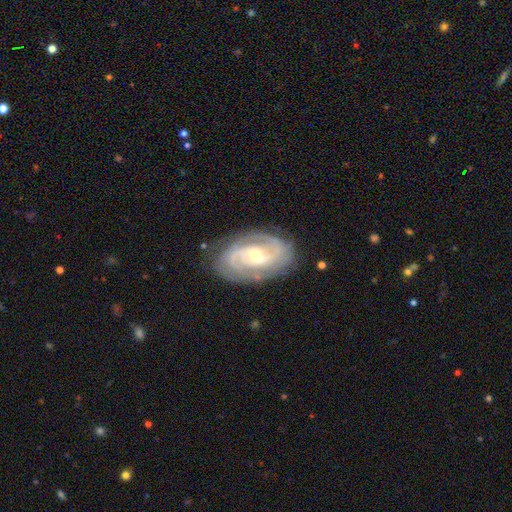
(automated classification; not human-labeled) smooth-or-featured: featured or disk: 88% | smooth: 7% | star or artifact: 5%
  disk-edge-on: no: 96% | yes: 4%
    bar: weak: 43% | no: 41% | strong: 17%
    has-spiral-arms: yes: 97% | no: 3%
      spiral-winding: tight: 55% | medium: 37% | loose: 8%
      spiral-arm-count: 2: 57% | 3: 18% | can't tell: 13% | 4: 5% | 1: 3% | more than 4: 3%
    bulge-size: small: 53% | moderate: 44% | large: 2% | none: 1% | dominant: 1%
  merging: none: 80% | minor disturbance: 15% | major disturbance: 4% | merger: 1%